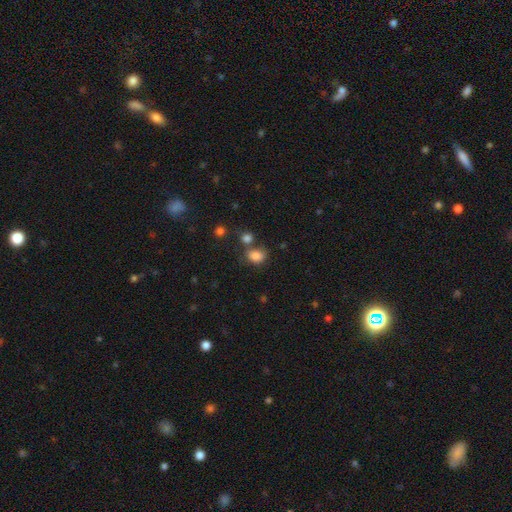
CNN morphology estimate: smooth_or_featured: smooth (p=0.83) [alt: star or artifact p=0.11]
how_rounded: in between (p=0.58) [alt: round p=0.41]
merging: none (p=0.57) [alt: merger p=0.22]